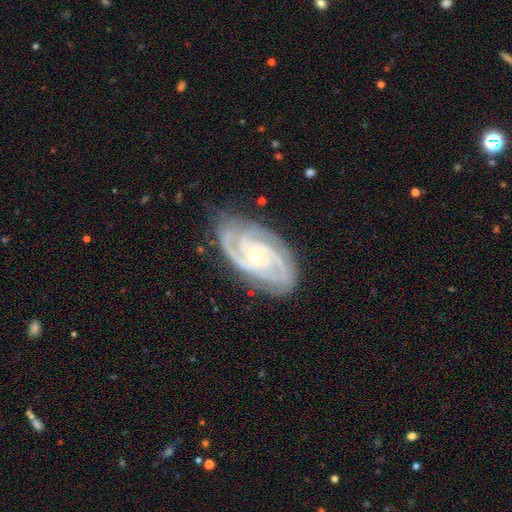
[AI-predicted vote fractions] featured or disk 92%, star or artifact 4%, smooth 3%. Down the decision tree: edge-on disk — no (97%); bar — no (67%); spiral arms — yes (99%); spiral arm count — 3 (48%); spiral winding — tight (69%); bulge size — small (63%); merging — none (79%).